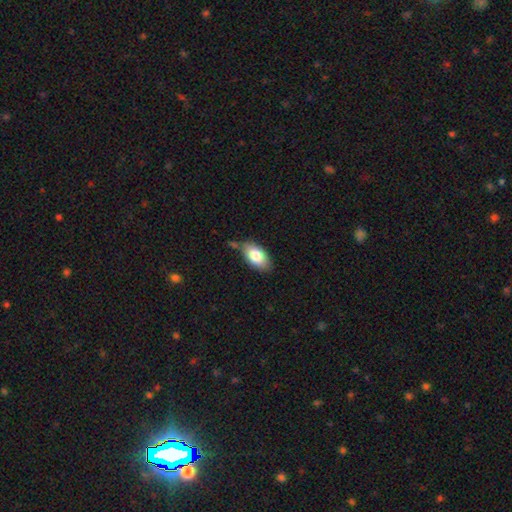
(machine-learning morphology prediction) Smooth or featured: smooth — 80% (featured or disk — 13%)
How rounded: in between — 92% (round — 5%)
Merging: none — 70% (minor disturbance — 20%)